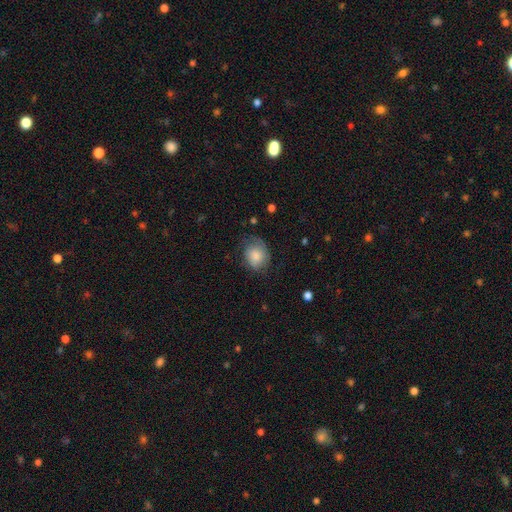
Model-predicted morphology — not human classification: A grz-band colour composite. It shows a smooth galaxy with no disk features (71%) that is round (50%). Merging: none (55%).